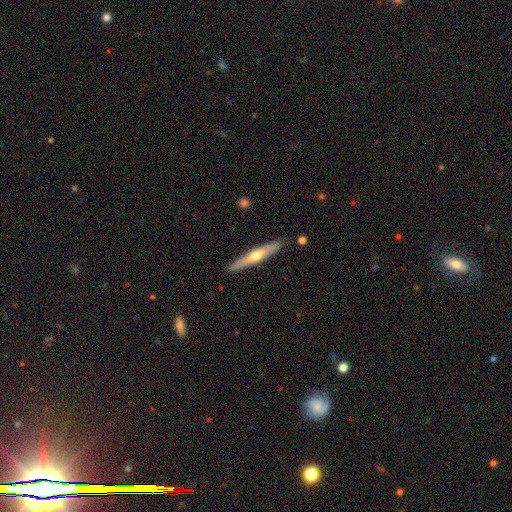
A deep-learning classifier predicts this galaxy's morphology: Smooth or featured? Predicted: featured or disk (p=0.57). Edge-on disk? Predicted: yes (p=0.94). Edge-on bulge? Predicted: rounded (p=0.86). Merging? Predicted: none (p=0.90).